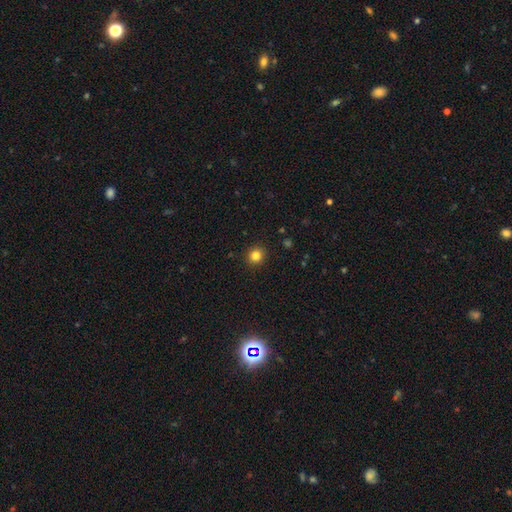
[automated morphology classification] smooth 83%, star or artifact 13%, featured or disk 5%. Down the decision tree: how rounded — round (90%); merging — none (92%).